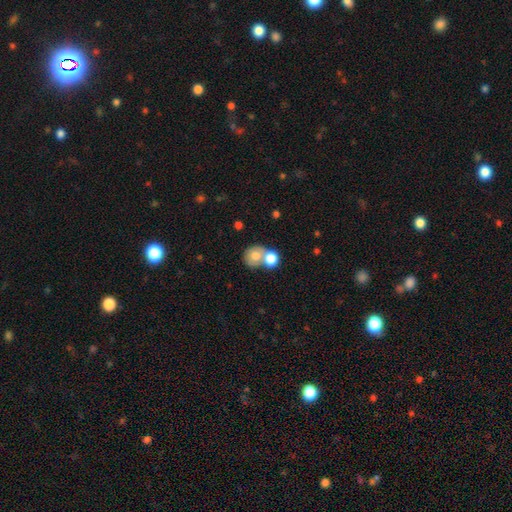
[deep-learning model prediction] A smooth galaxy with no disk features (72%) that is round (71%).

Vote fractions:
- Smooth or featured? smooth: 72% / featured or disk: 19% / star or artifact: 9%
- How rounded? round: 71% / in between: 28% / cigar-shaped: 1%
- Merging? merger: 61% / none: 27% / minor disturbance: 7% / major disturbance: 4%